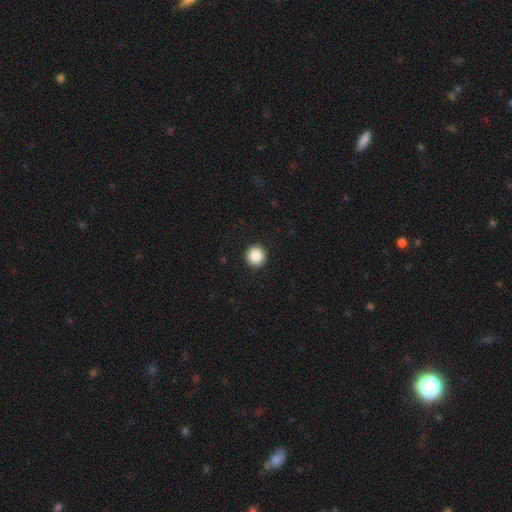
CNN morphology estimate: This appears to be a smooth galaxy with no disk features (87%) that is round (96%). Merging: none (93%).